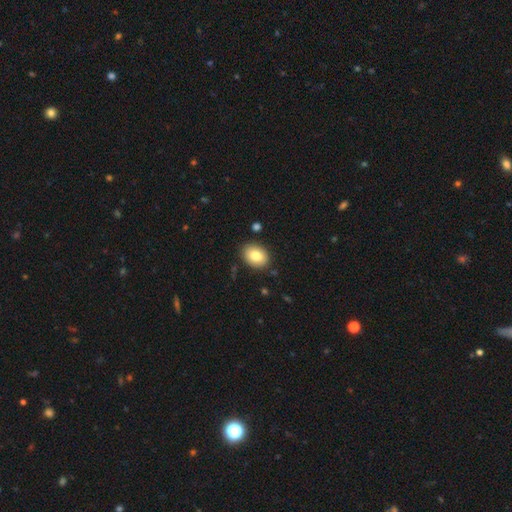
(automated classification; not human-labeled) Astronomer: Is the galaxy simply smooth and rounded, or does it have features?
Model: smooth — 83%.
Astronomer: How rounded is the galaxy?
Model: in between — 72%.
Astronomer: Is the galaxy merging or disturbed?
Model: none — 87%.